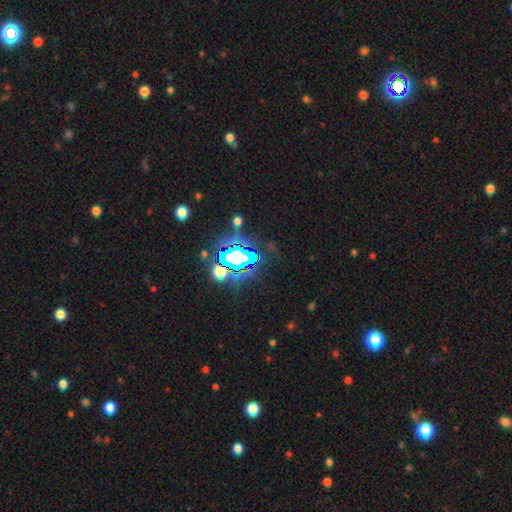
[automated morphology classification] smooth_or_featured: star or artifact (p=0.82) [alt: smooth p=0.11]